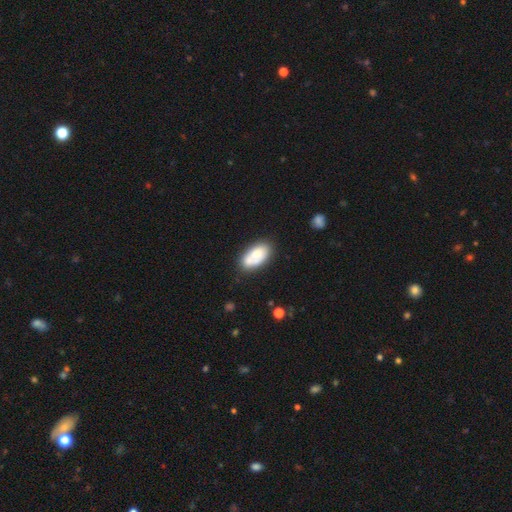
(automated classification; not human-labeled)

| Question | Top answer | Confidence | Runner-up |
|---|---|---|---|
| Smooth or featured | smooth | 64% | featured or disk (30%) |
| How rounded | in between | 93% | round (4%) |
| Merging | none | 56% | minor disturbance (20%) |